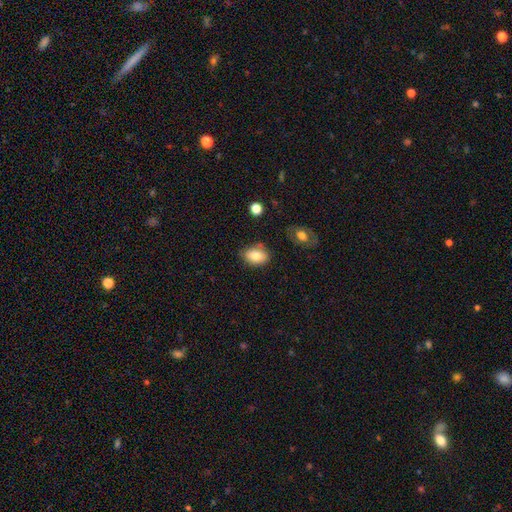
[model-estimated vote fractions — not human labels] Smooth or featured? smooth (81%)
How rounded? in between (77%)
Merging? none (77%)